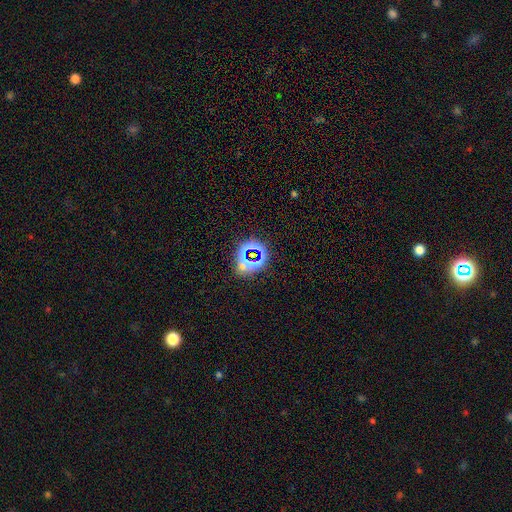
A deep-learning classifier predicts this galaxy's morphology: Overall: star or artifact (72%).